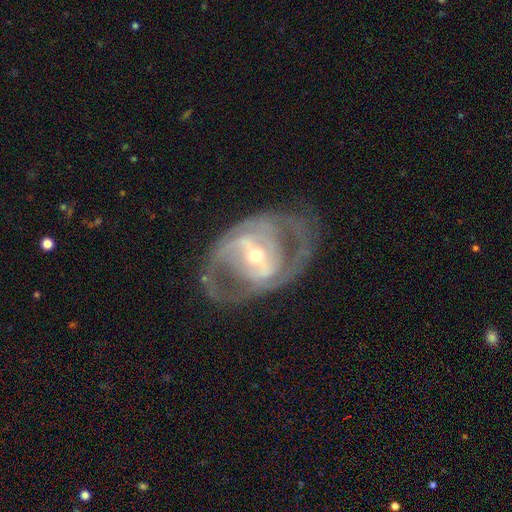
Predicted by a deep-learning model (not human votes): This appears to be a featured or disk galaxy (85%) with a strong bar (47%), 2 (69%) medium (47%) spiral arms (79%) and a small central bulge (51%). Merging: none (66%).